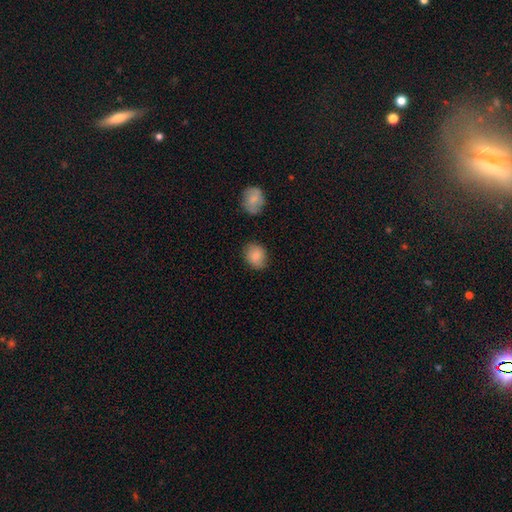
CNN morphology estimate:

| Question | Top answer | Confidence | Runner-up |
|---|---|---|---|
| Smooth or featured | smooth | 85% | star or artifact (8%) |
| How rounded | round | 56% | in between (43%) |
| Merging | none | 81% | minor disturbance (13%) |